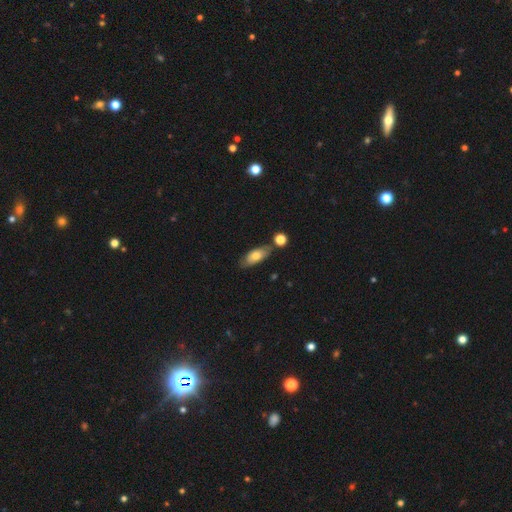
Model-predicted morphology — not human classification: A smooth galaxy with no disk features (68%) that is in between round and cigar-shaped (79%).

Vote fractions:
- Smooth or featured? smooth: 68% / featured or disk: 24% / star or artifact: 7%
- How rounded? in between: 79% / cigar-shaped: 17% / round: 4%
- Merging? none: 70% / minor disturbance: 16% / merger: 10% / major disturbance: 4%